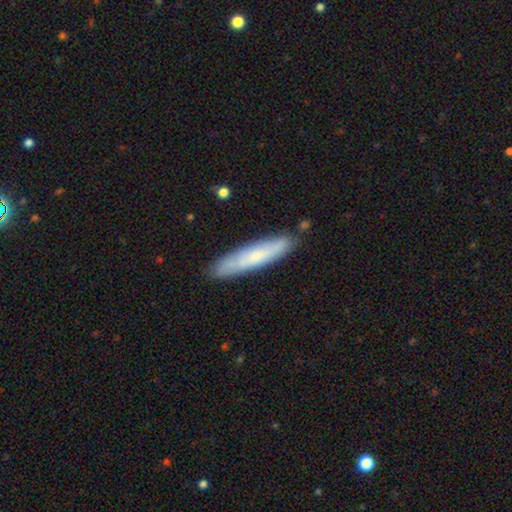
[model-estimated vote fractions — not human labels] smooth-or-featured: smooth: 64% | featured or disk: 30% | star or artifact: 6%
  how-rounded: cigar-shaped: 87% | in between: 11% | round: 1%
  merging: none: 84% | minor disturbance: 12% | merger: 2% | major disturbance: 2%